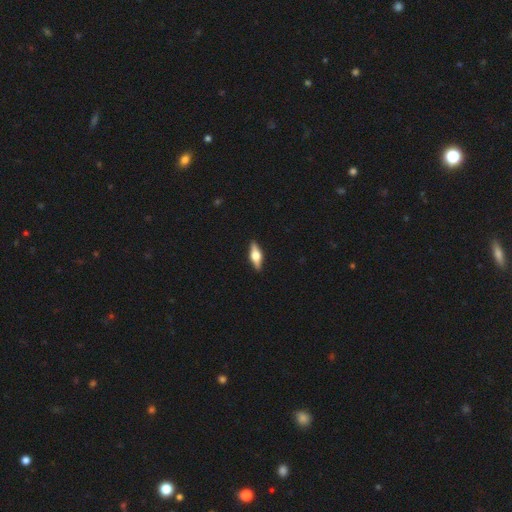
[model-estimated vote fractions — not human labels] Smooth or featured: featured or disk — 60% (smooth — 34%)
Edge-on disk: yes — 95% (no — 5%)
Edge-on bulge: rounded — 94% (boxy — 4%)
Merging: none — 91% (minor disturbance — 7%)